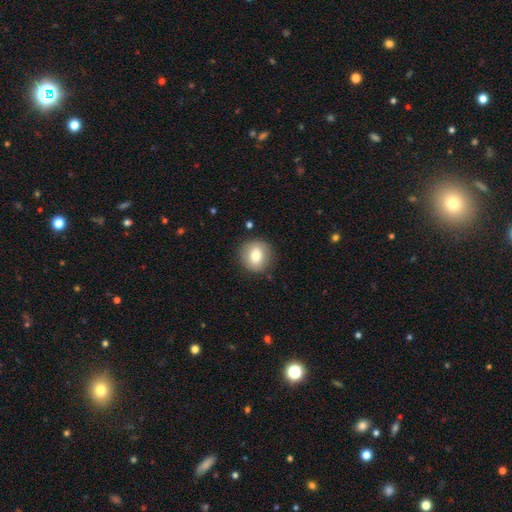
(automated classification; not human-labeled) smooth 76%, featured or disk 16%, star or artifact 9%. Down the decision tree: how rounded — round (90%); merging — none (86%).